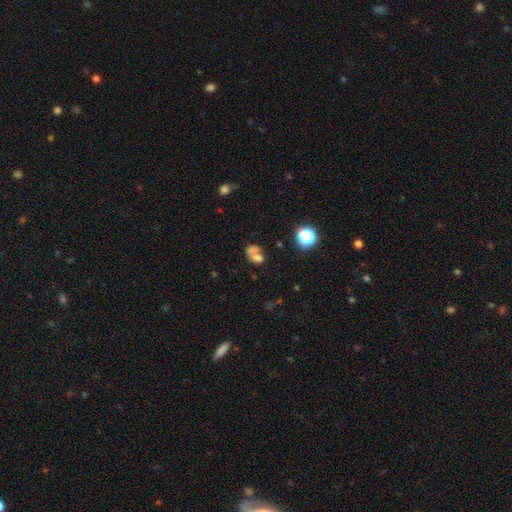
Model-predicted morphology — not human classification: smooth 55%, featured or disk 26%, star or artifact 19%. Down the decision tree: how rounded — in between (57%); merging — merger (47%).